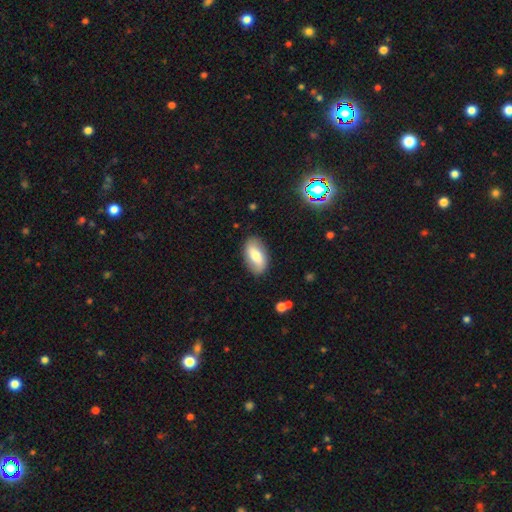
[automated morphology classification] smooth-or-featured: smooth: 63% | featured or disk: 30% | star or artifact: 7%
  how-rounded: in between: 92% | cigar-shaped: 4% | round: 4%
  merging: none: 85% | minor disturbance: 11% | major disturbance: 3% | merger: 1%